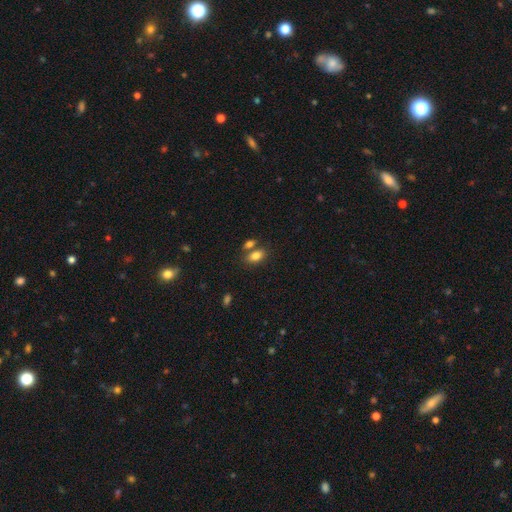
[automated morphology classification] smooth 82%, star or artifact 9%, featured or disk 9%. Down the decision tree: how rounded — in between (87%); merging — none (56%).